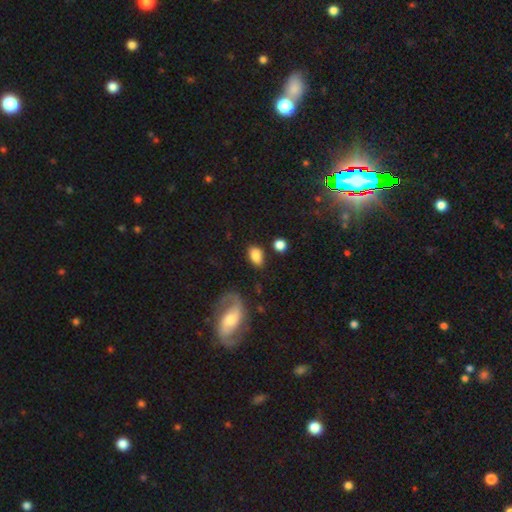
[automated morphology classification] Smooth or featured?
  - smooth: 81% *
  - featured or disk: 10%
  - star or artifact: 9%
How rounded?
  - in between: 87% *
  - round: 11%
  - cigar-shaped: 2%
Merging?
  - none: 68% *
  - minor disturbance: 17%
  - major disturbance: 8%
  - merger: 7%